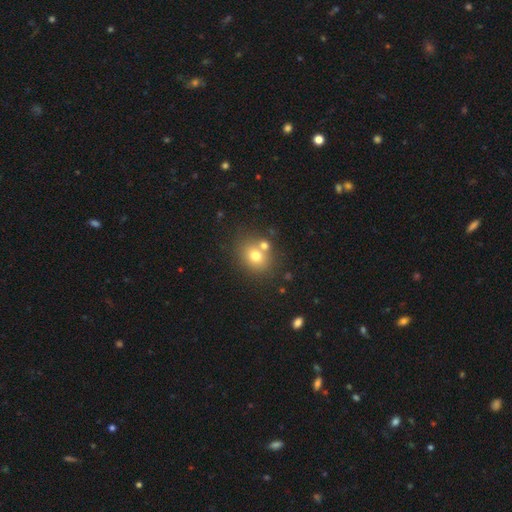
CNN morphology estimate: Smooth or featured: smooth — 72% (featured or disk — 14%)
How rounded: round — 68% (in between — 32%)
Merging: none — 63% (merger — 24%)